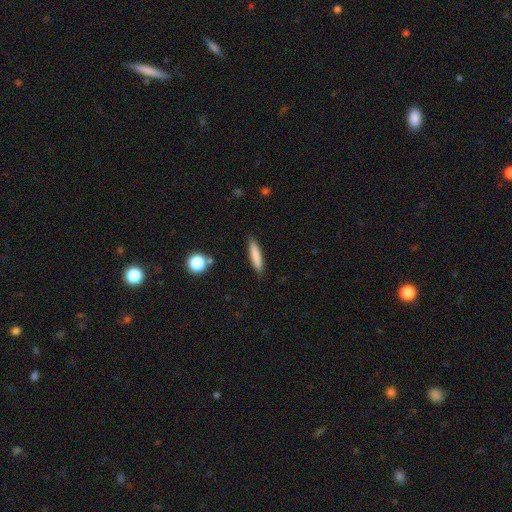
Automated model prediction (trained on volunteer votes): Smooth or featured? Predicted: smooth (p=0.81). How rounded? Predicted: cigar-shaped (p=0.87). Merging? Predicted: none (p=0.88).